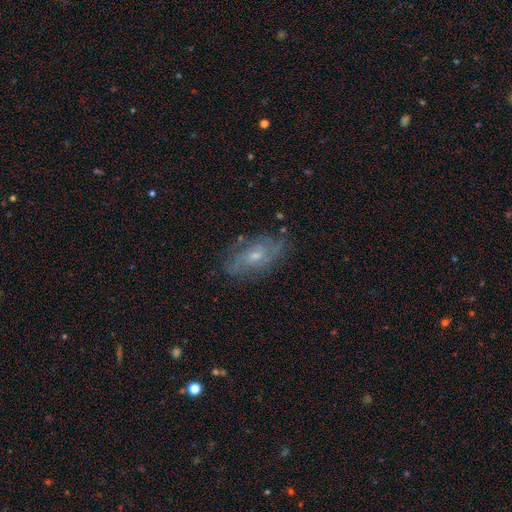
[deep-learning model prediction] Q: Smooth or featured?
A: featured or disk (66%); runner-up: smooth (25%)
Q: Edge-on disk?
A: no (91%); runner-up: yes (9%)
Q: Bar?
A: no (64%); runner-up: weak (31%)
Q: Spiral arms?
A: yes (80%); runner-up: no (20%)
Q: Bulge size?
A: small (54%); runner-up: moderate (39%)
Q: Merging?
A: none (74%); runner-up: minor disturbance (18%)